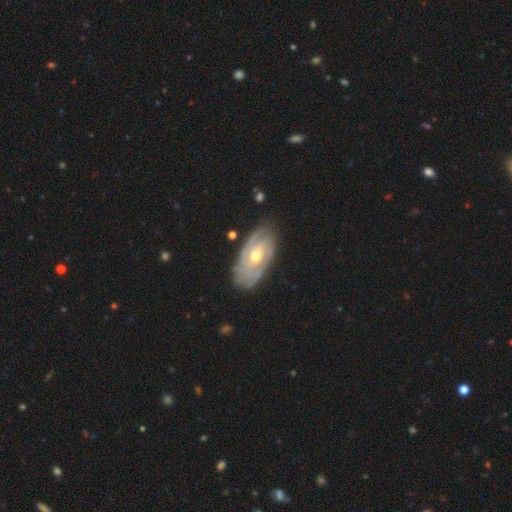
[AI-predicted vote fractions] This appears to be a featured or disk galaxy (81%) with no bar (66%), tight (72%) spiral arms (92%) and a moderate central bulge (61%). Merging: none (76%).